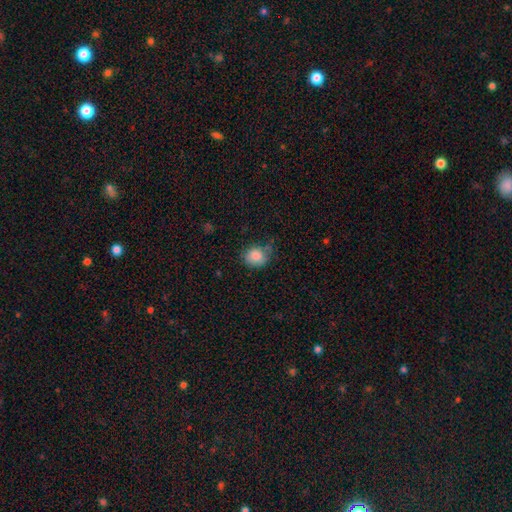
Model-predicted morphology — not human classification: smooth_or_featured: smooth (p=0.85) [alt: star or artifact p=0.09]
how_rounded: round (p=0.64) [alt: in between p=0.35]
merging: none (p=0.61) [alt: minor disturbance p=0.29]